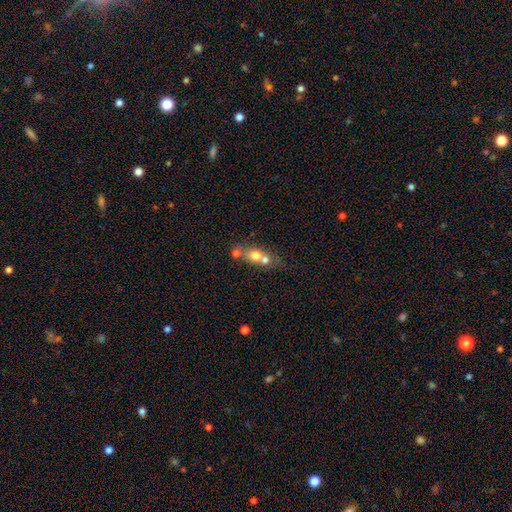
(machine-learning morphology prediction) smooth 64%, featured or disk 25%, star or artifact 11%. Down the decision tree: how rounded — round (47%); merging — merger (55%).